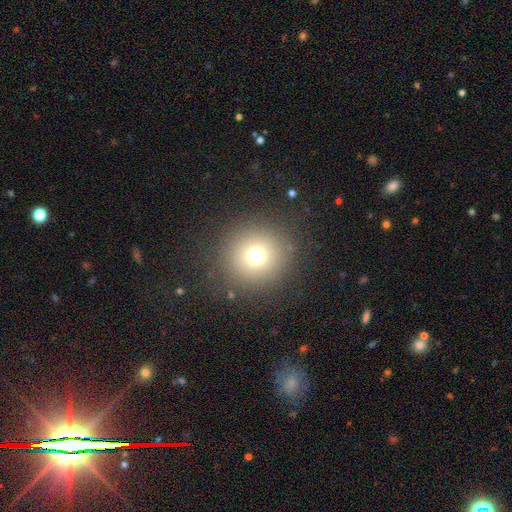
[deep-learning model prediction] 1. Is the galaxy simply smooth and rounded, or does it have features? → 71% smooth, 20% star or artifact, 9% featured or disk.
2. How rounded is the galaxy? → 95% round, 4% in between, 1% cigar-shaped.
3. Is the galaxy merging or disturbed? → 88% none, 6% minor disturbance, 4% major disturbance, 2% merger.